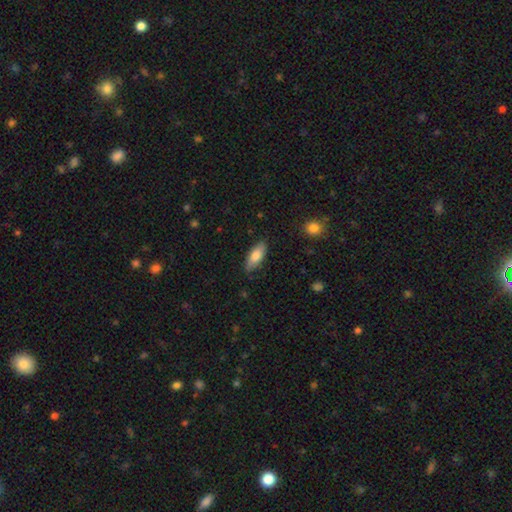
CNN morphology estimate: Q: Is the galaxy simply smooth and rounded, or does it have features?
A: smooth — 79%.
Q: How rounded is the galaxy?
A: in between — 78%.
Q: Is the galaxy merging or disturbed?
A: none — 84%.